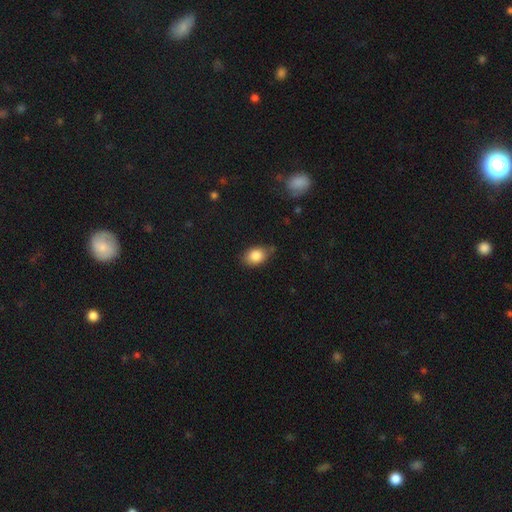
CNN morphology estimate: Smooth or featured: smooth — 85% (star or artifact — 8%)
How rounded: in between — 75% (round — 23%)
Merging: none — 73% (minor disturbance — 20%)